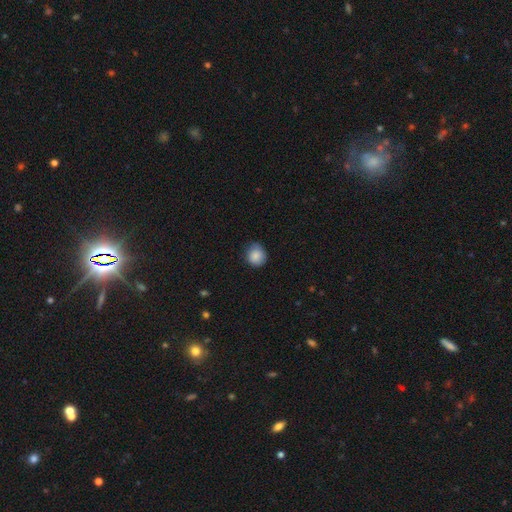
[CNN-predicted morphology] The model was most divided on "merging": none: 75%, minor disturbance: 21%, major disturbance: 3%, merger: 1%. More confident: smooth or featured — smooth (87%); how rounded — round (79%).